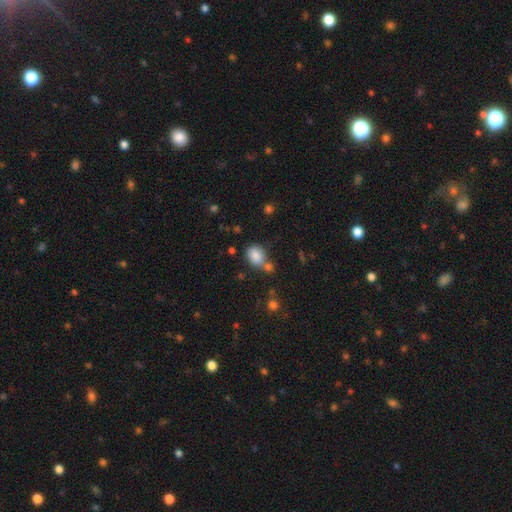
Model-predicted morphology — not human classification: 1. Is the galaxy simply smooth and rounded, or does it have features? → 84% smooth, 10% star or artifact, 6% featured or disk.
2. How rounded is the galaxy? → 58% in between, 41% round, 1% cigar-shaped.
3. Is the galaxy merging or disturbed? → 55% none, 24% merger, 16% minor disturbance, 5% major disturbance.